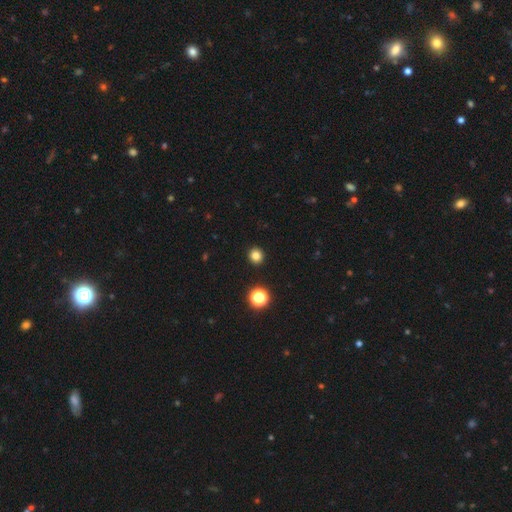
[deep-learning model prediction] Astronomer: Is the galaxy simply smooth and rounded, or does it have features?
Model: smooth — 81%.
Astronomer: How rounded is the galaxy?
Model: round — 92%.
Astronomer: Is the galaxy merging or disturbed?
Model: none — 93%.